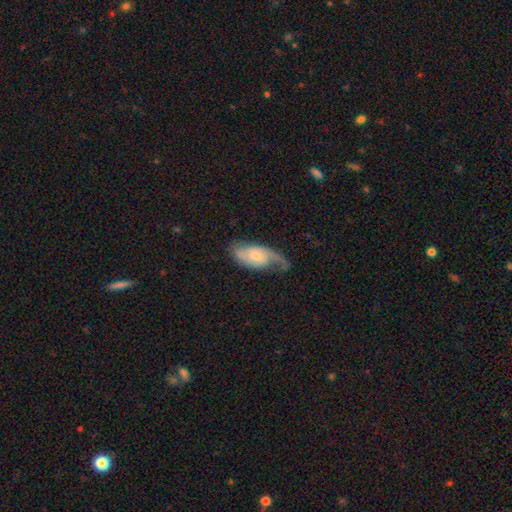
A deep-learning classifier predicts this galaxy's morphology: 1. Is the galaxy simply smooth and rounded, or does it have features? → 69% featured or disk, 25% smooth, 6% star or artifact.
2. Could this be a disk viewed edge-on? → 94% no, 6% yes.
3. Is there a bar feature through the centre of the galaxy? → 64% no, 30% weak, 6% strong.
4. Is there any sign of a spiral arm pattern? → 92% yes, 8% no.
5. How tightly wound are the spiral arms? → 46% loose, 38% medium, 16% tight.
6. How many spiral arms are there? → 64% 2, 25% 1, 8% can't tell, 2% 3, 1% 4, 1% more than 4.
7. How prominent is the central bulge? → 55% small, 33% moderate, 6% none, 4% large, 2% dominant.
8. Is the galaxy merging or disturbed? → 49% none, 27% minor disturbance, 22% major disturbance, 2% merger.